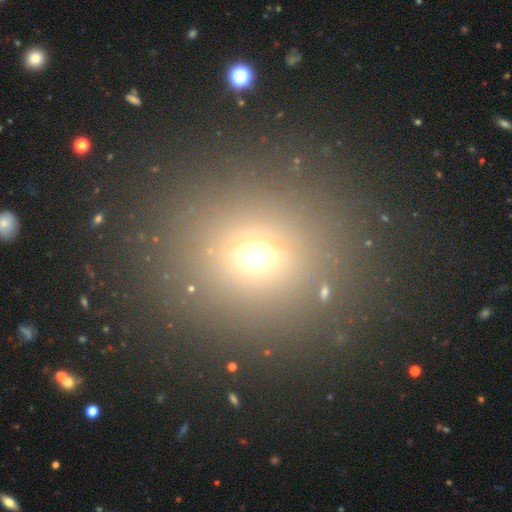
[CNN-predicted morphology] Smooth or featured? smooth (62%)
How rounded? round (83%)
Merging? none (87%)